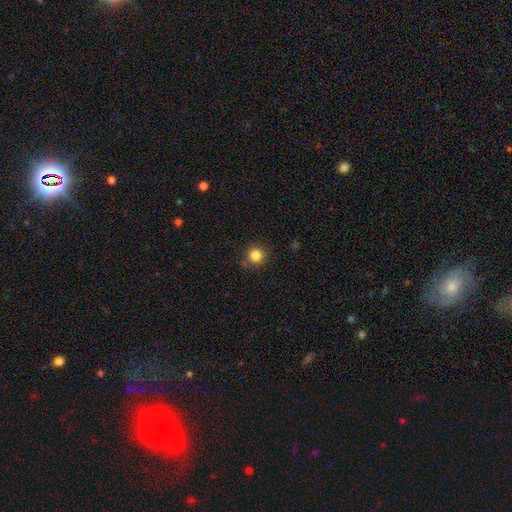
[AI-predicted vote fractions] Smooth or featured? smooth (84%)
How rounded? round (93%)
Merging? none (86%)